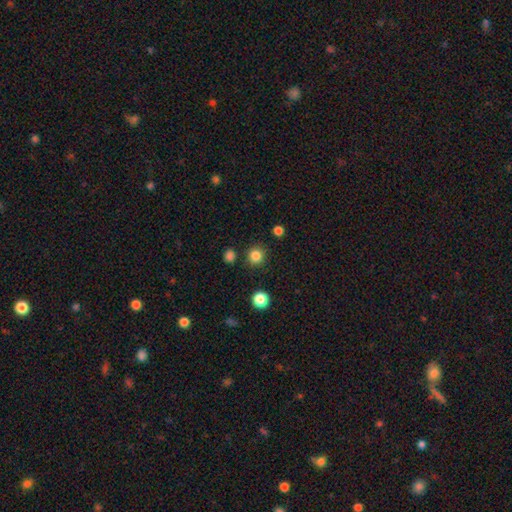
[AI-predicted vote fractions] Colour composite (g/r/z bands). It shows a smooth galaxy with no disk features (83%) that is round (94%). Merging: none (89%).